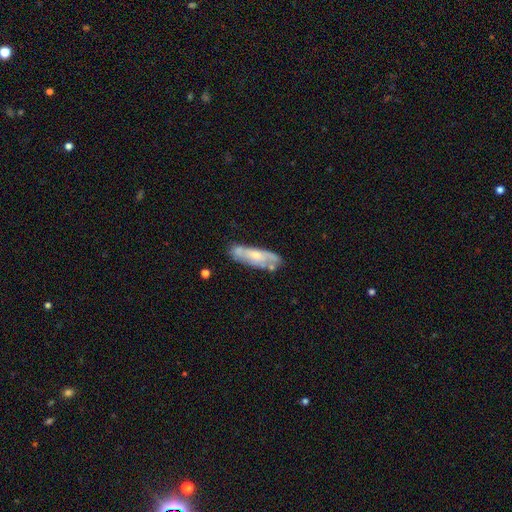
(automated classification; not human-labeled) smooth_or_featured: featured or disk (p=0.53) [alt: smooth p=0.40]
disk_edge_on: no (p=0.75) [alt: yes p=0.25]
merging: none (p=0.60) [alt: minor disturbance p=0.23]